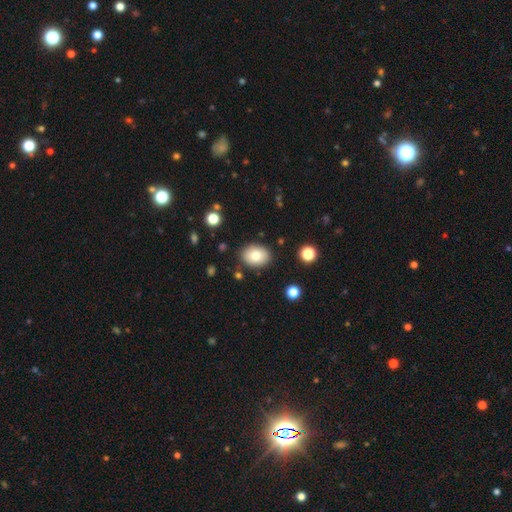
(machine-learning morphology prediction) Smooth or featured?
  - smooth: 78% *
  - featured or disk: 13%
  - star or artifact: 9%
How rounded?
  - in between: 66% *
  - round: 33%
  - cigar-shaped: 1%
Merging?
  - none: 86% *
  - minor disturbance: 10%
  - major disturbance: 3%
  - merger: 2%